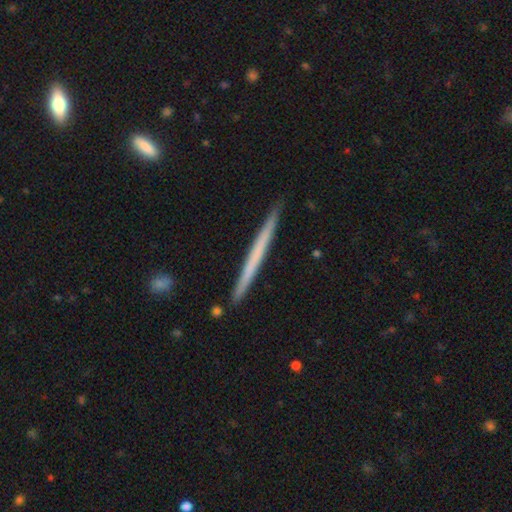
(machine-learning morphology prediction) A smooth galaxy with no disk features (49%). Merging: none (90%).